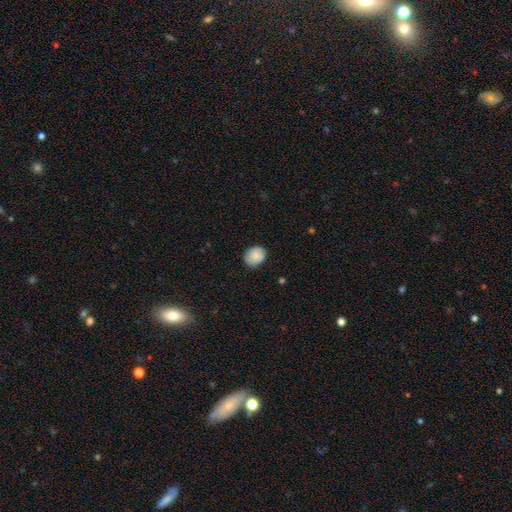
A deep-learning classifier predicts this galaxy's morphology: Smooth or featured?
  - smooth: 86% *
  - star or artifact: 7%
  - featured or disk: 6%
How rounded?
  - round: 63% *
  - in between: 36%
  - cigar-shaped: 1%
Merging?
  - none: 82% *
  - minor disturbance: 14%
  - major disturbance: 3%
  - merger: 1%